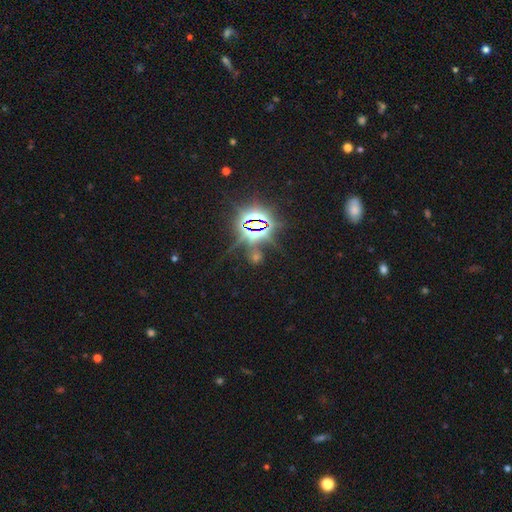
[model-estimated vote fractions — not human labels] Smooth or featured? Predicted: star or artifact (p=0.82).